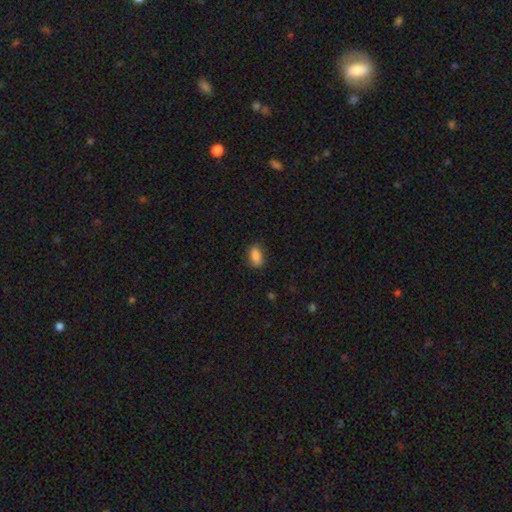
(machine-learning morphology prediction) type=smooth (87%); roundness=in between (88%); merging=none (81%).